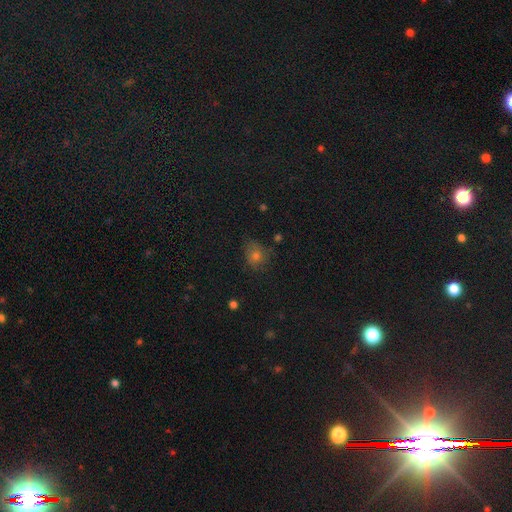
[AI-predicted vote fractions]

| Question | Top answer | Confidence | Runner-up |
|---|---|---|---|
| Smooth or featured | smooth | 62% | star or artifact (20%) |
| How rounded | round | 62% | in between (36%) |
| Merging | none | 63% | minor disturbance (25%) |